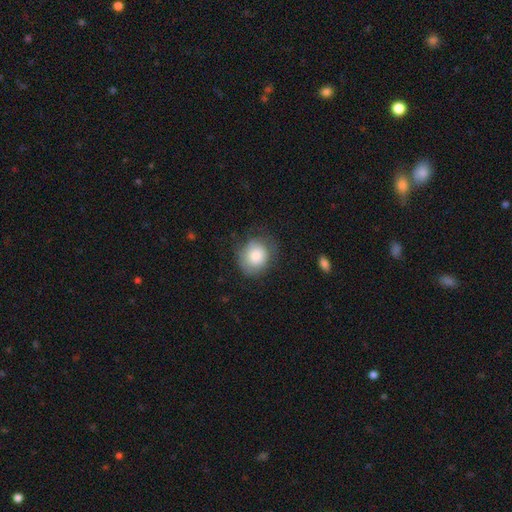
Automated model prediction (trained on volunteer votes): The model was most divided on "how rounded": round: 72%, in between: 27%, cigar-shaped: 1%. More confident: smooth or featured — smooth (81%); merging — none (68%).